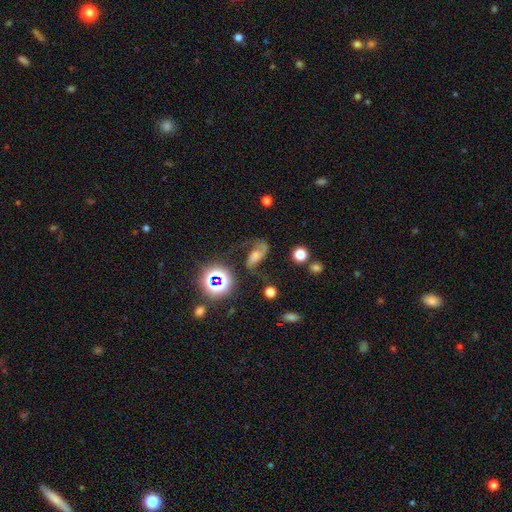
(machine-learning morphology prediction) type=featured or disk (61%); edge-on=no (94%); bar=no (48%); spiral arms=yes (89%); winding=loose (71%); arm count=2 (81%); bulge=moderate (38%); merging=none (47%).